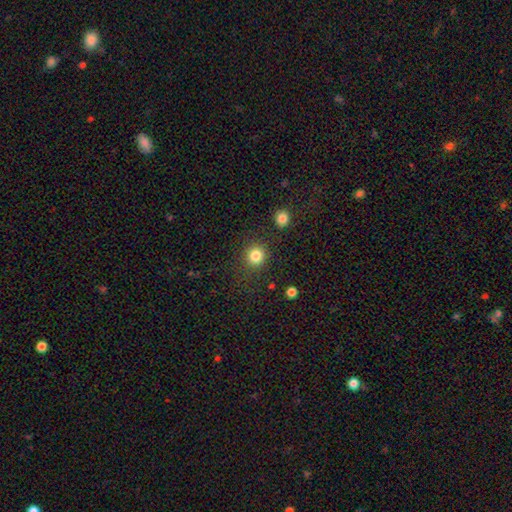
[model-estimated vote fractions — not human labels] Q: Smooth or featured?
A: smooth (84%); runner-up: star or artifact (11%)
Q: How rounded?
A: round (90%); runner-up: in between (9%)
Q: Merging?
A: none (86%); runner-up: minor disturbance (8%)